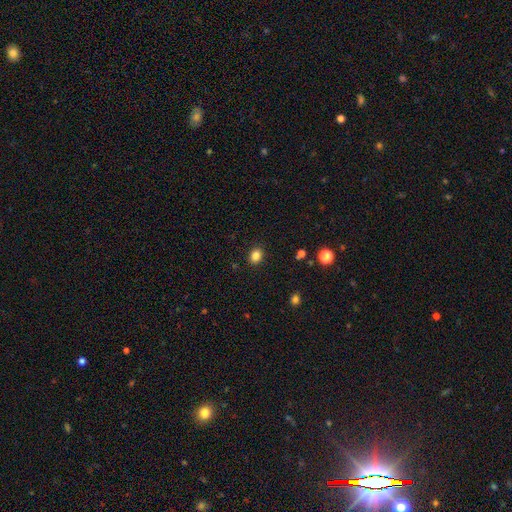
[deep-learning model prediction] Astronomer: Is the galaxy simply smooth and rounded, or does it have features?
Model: smooth — 84%.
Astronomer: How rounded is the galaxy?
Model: in between — 55% (runner-up: round, 44%).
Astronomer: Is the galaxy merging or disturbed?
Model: none — 89%.